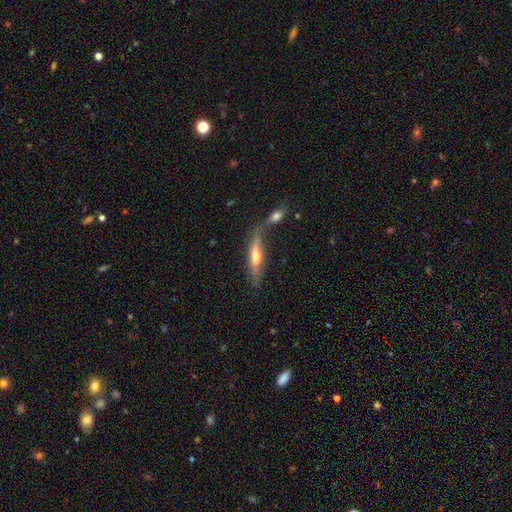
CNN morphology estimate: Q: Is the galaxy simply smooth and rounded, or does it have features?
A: featured or disk — 54%.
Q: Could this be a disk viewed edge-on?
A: yes — 85%.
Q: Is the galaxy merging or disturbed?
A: none — 44%.